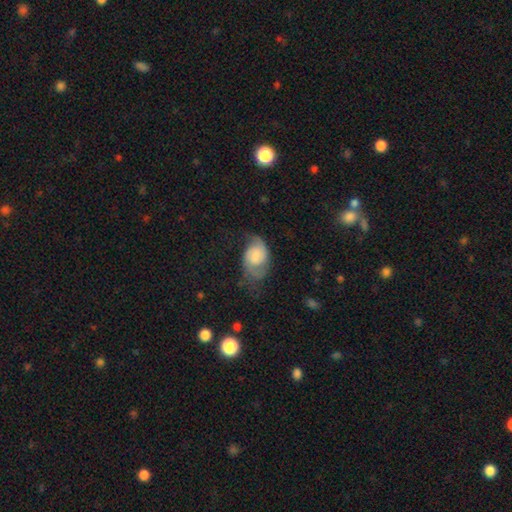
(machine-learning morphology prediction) type=featured or disk (57%); edge-on=no (97%); bar=no (54%); spiral arms=yes (88%); bulge=small (30%); merging=none (43%).